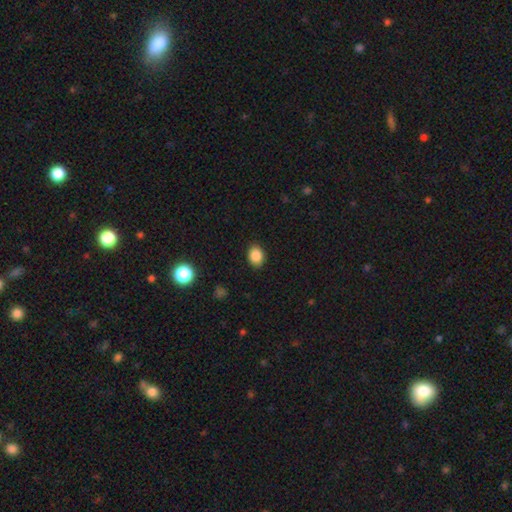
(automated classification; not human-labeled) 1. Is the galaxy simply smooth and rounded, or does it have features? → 87% smooth, 9% star or artifact, 4% featured or disk.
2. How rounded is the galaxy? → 65% in between, 34% round, 1% cigar-shaped.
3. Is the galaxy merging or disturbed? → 89% none, 8% minor disturbance, 2% major disturbance, 1% merger.